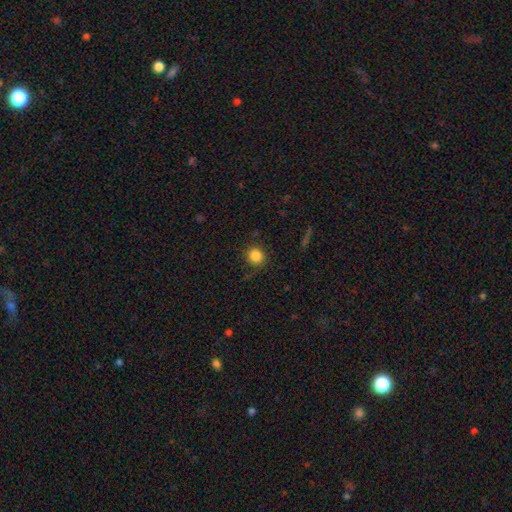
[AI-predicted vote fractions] This appears to be a smooth galaxy with no disk features (85%) that is round (89%). Merging: none (84%).